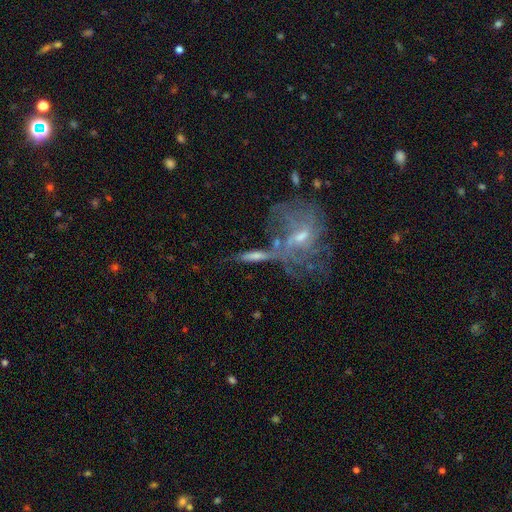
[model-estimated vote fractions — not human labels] smooth_or_featured: featured or disk (p=0.63) [alt: smooth p=0.24]
disk_edge_on: no (p=0.64) [alt: yes p=0.36]
merging: none (p=0.48) [alt: merger p=0.26]